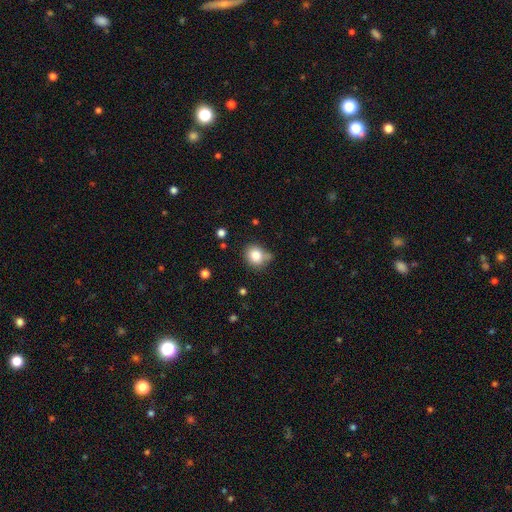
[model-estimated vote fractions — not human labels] Q: Smooth or featured?
A: smooth (82%); runner-up: star or artifact (10%)
Q: How rounded?
A: round (71%); runner-up: in between (29%)
Q: Merging?
A: none (66%); runner-up: minor disturbance (21%)